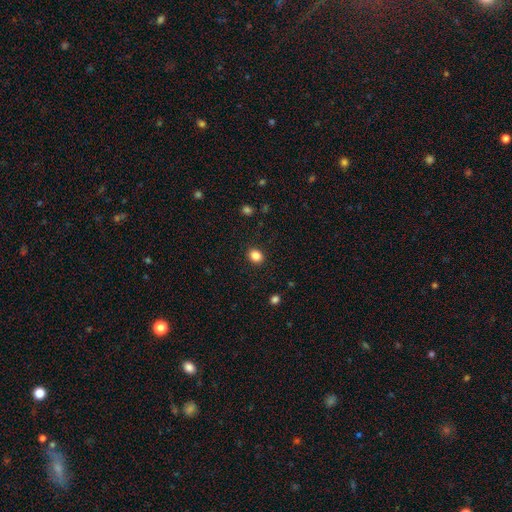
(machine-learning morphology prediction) A smooth galaxy with no disk features (86%) that is round (58%).

Vote fractions:
- Smooth or featured? smooth: 86% / star or artifact: 11% / featured or disk: 4%
- How rounded? round: 58% / in between: 41% / cigar-shaped: 1%
- Merging? none: 90% / minor disturbance: 7% / major disturbance: 2% / merger: 1%